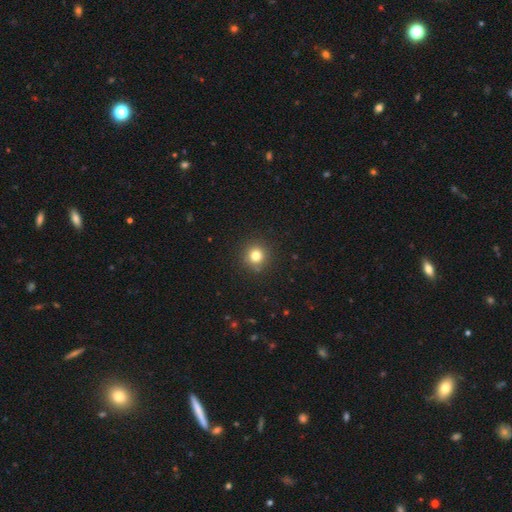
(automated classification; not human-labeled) Q: Smooth or featured?
A: smooth (80%); runner-up: star or artifact (14%)
Q: How rounded?
A: round (92%); runner-up: in between (7%)
Q: Merging?
A: none (90%); runner-up: minor disturbance (7%)